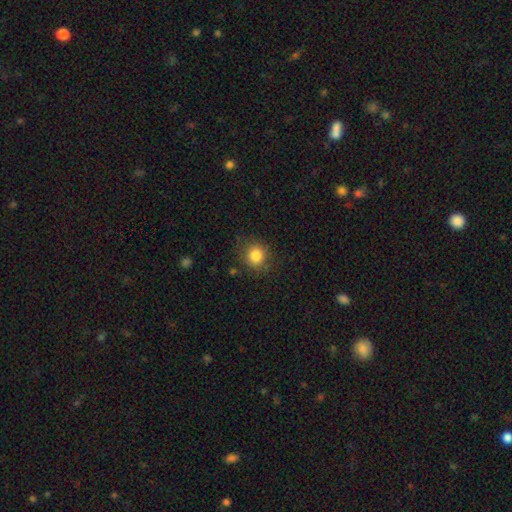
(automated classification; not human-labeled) smooth-or-featured: smooth: 84% | star or artifact: 10% | featured or disk: 6%
  how-rounded: round: 88% | in between: 11% | cigar-shaped: 1%
  merging: none: 83% | minor disturbance: 12% | major disturbance: 4% | merger: 2%